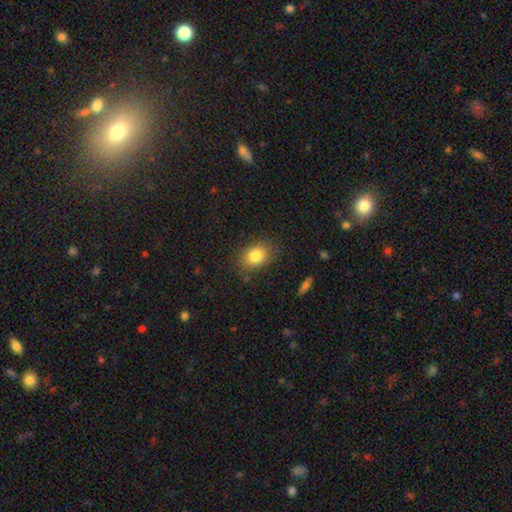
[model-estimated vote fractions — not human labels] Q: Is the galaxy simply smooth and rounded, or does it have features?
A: smooth — 83%.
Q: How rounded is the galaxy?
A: in between — 70%.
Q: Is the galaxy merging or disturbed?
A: none — 81%.